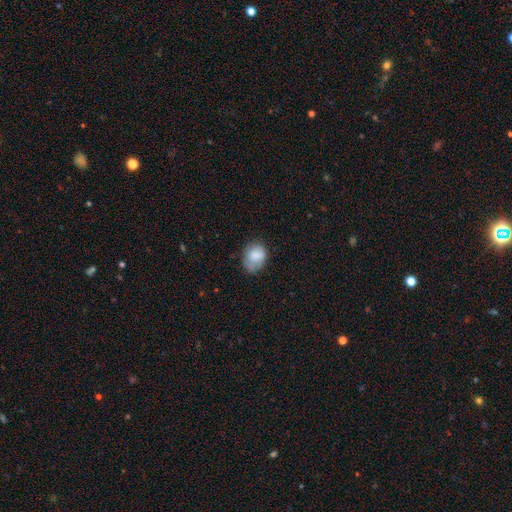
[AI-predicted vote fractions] A smooth galaxy with no disk features (77%) that is in between round and cigar-shaped (60%). Merging: none (57%).